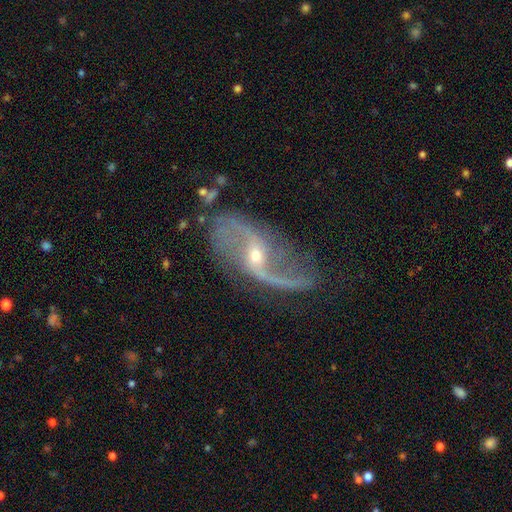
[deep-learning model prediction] smooth_or_featured: featured or disk (p=0.90) [alt: star or artifact p=0.06]
disk_edge_on: no (p=0.96) [alt: yes p=0.04]
bar: no (p=0.46) [alt: weak p=0.36]
has_spiral_arms: yes (p=0.96) [alt: no p=0.04]
spiral_winding: loose (p=0.81) [alt: medium p=0.14]
spiral_arm_count: 2 (p=0.92) [alt: 1 p=0.03]
bulge_size: small (p=0.65) [alt: moderate p=0.32]
merging: none (p=0.69) [alt: minor disturbance p=0.18]